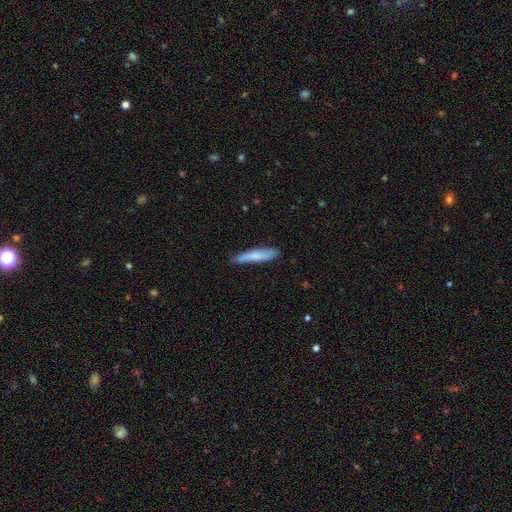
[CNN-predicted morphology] smooth 70%, featured or disk 25%, star or artifact 6%. Down the decision tree: how rounded — cigar-shaped (90%); merging — none (83%).